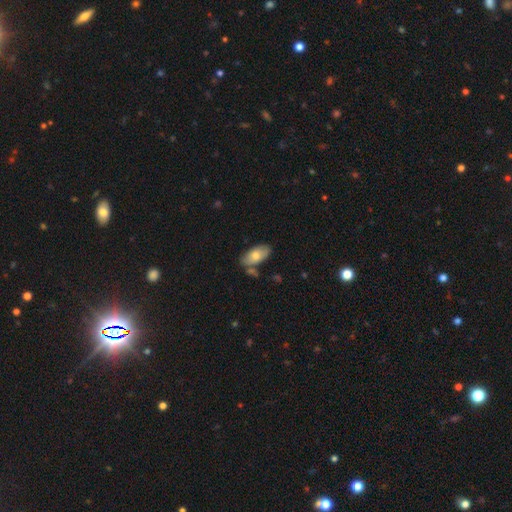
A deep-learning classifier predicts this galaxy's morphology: smooth 75%, featured or disk 19%, star or artifact 6%. Down the decision tree: how rounded — in between (92%); merging — none (66%).